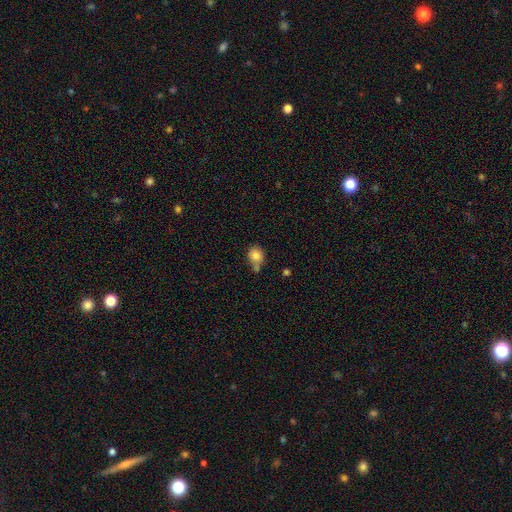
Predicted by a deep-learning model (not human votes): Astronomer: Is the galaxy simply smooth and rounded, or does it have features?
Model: smooth — 81%.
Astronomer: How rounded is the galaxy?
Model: round — 75%.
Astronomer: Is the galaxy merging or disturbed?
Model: none — 53%.